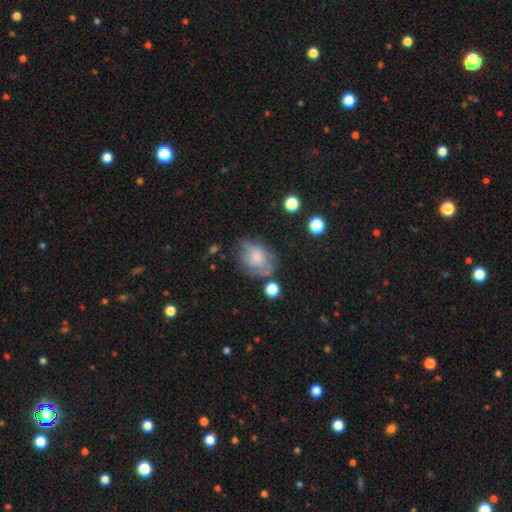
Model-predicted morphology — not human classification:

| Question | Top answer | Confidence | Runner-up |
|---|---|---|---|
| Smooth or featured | smooth | 51% | featured or disk (36%) |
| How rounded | in between | 69% | round (30%) |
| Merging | none | 50% | minor disturbance (30%) |